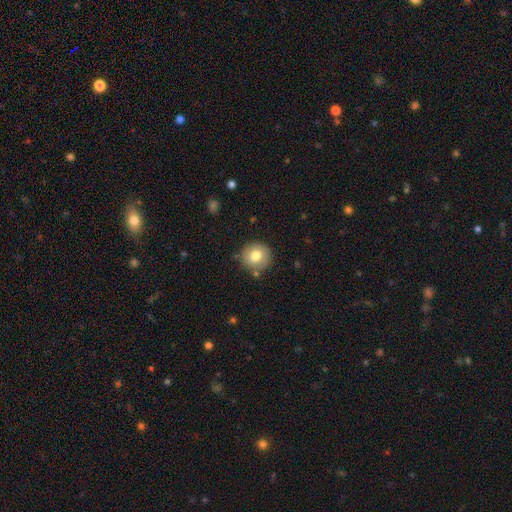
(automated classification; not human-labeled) smooth 76%, featured or disk 15%, star or artifact 9%. Down the decision tree: how rounded — round (91%); merging — none (84%).